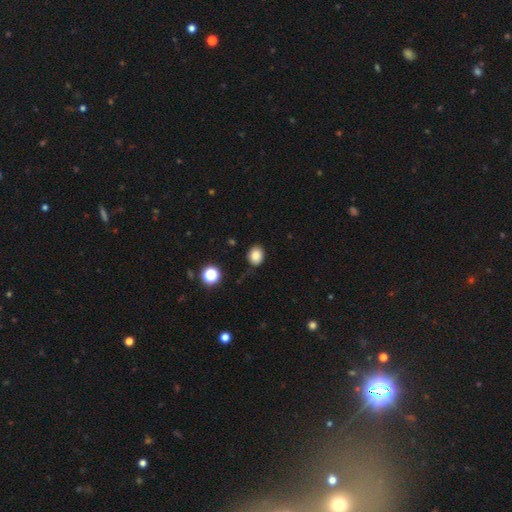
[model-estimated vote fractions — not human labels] Morphology: type=smooth (84%); roundness=round (50%); merging=none (77%).